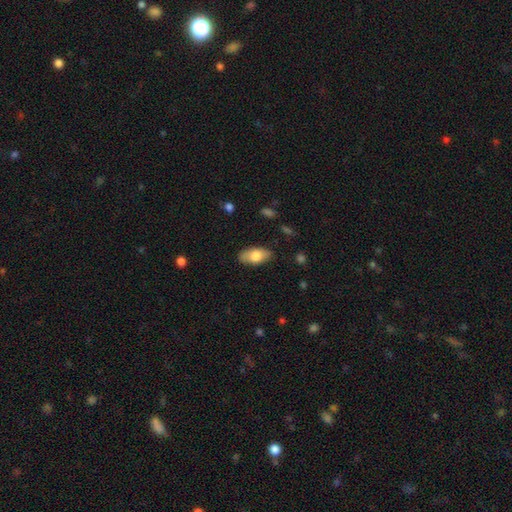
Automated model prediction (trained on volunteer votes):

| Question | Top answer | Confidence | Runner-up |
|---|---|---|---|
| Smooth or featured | smooth | 76% | featured or disk (18%) |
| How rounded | in between | 91% | cigar-shaped (6%) |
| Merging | none | 83% | minor disturbance (13%) |